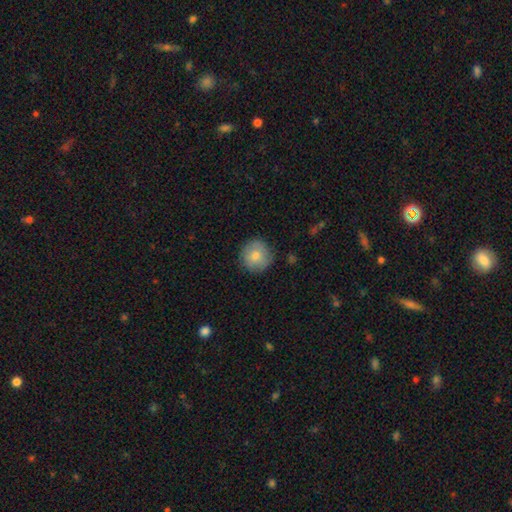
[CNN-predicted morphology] Smooth or featured: smooth — 77% (featured or disk — 16%)
How rounded: round — 94% (in between — 5%)
Merging: none — 83% (minor disturbance — 13%)